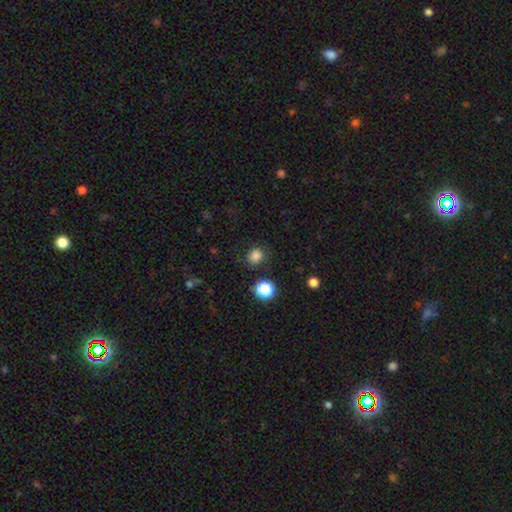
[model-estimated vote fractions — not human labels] Overall: smooth (81%). How rounded: round (74%). Merging: none (83%).